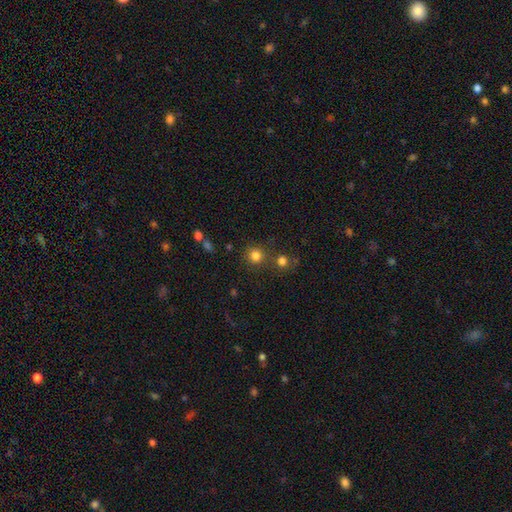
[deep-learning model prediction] Overall: smooth (80%). How rounded: round (90%). Merging: none (73%).